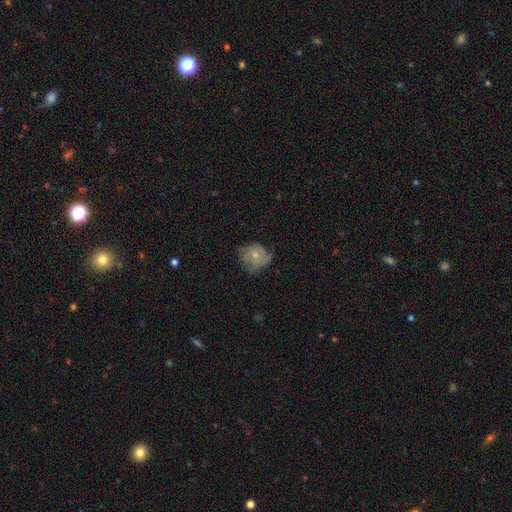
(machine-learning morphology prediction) A smooth galaxy with no disk features (57%) that is round (76%).

Vote fractions:
- Smooth or featured? smooth: 57% / featured or disk: 35% / star or artifact: 8%
- How rounded? round: 76% / in between: 23% / cigar-shaped: 1%
- Merging? none: 52% / minor disturbance: 33% / major disturbance: 14% / merger: 2%